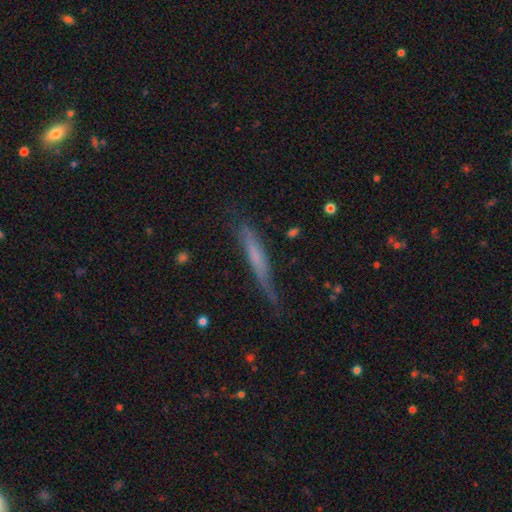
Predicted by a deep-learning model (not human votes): smooth 49%, featured or disk 44%, star or artifact 8%. Down the decision tree: merging — none (60%).